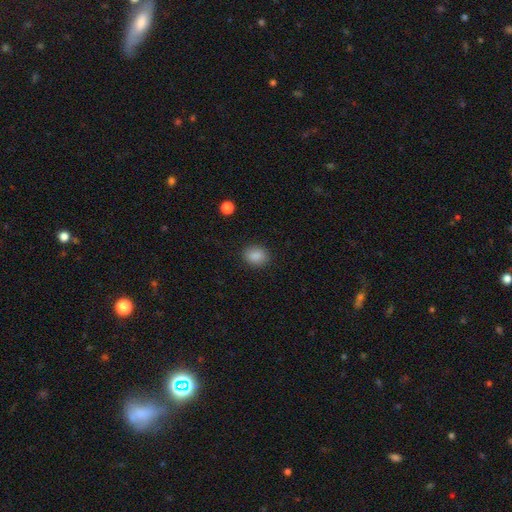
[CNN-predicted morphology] type=smooth (87%); roundness=in between (56%); merging=none (88%).